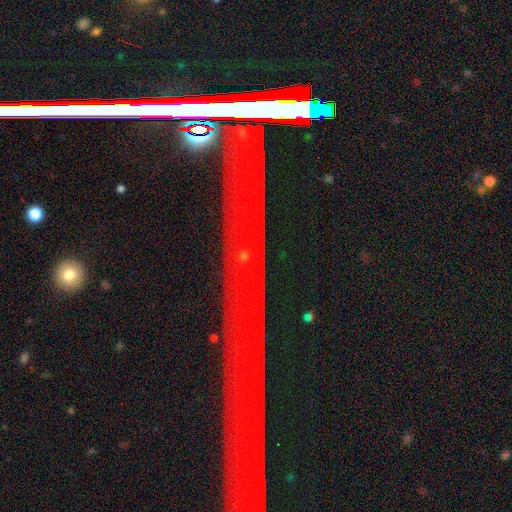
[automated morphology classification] Overall: star or artifact (71%).